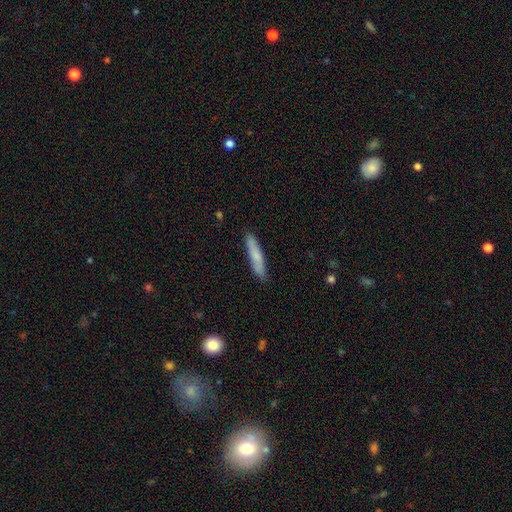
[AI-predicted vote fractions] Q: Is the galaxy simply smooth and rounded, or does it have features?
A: smooth — 76%.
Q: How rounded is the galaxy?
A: cigar-shaped — 91%.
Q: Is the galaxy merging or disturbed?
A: none — 88%.